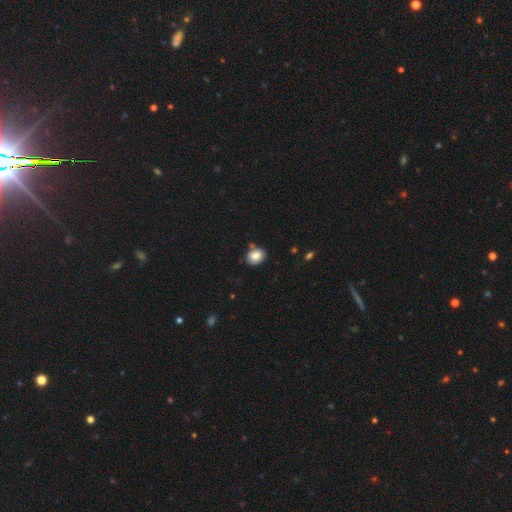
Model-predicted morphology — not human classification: Q: Smooth or featured?
A: smooth (82%); runner-up: featured or disk (9%)
Q: How rounded?
A: round (57%); runner-up: in between (43%)
Q: Merging?
A: none (76%); runner-up: minor disturbance (13%)